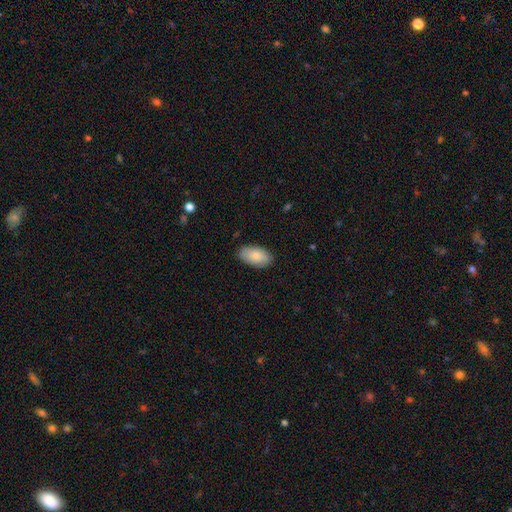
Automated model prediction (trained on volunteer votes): smooth_or_featured: smooth (p=0.85) [alt: featured or disk p=0.09]
how_rounded: in between (p=0.95) [alt: round p=0.03]
merging: none (p=0.85) [alt: minor disturbance p=0.11]